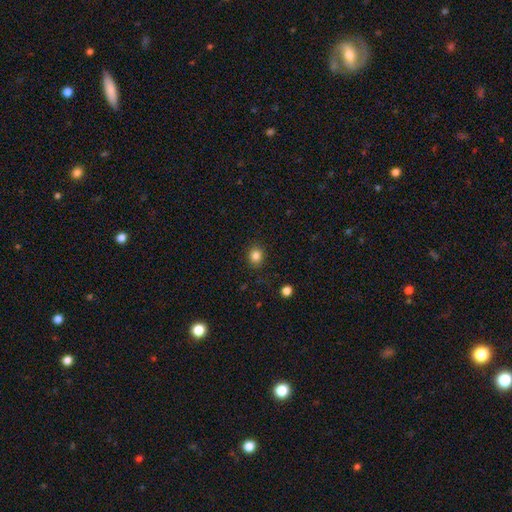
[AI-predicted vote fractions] smooth-or-featured: smooth: 84% | star or artifact: 11% | featured or disk: 4%
  how-rounded: round: 77% | in between: 23% | cigar-shaped: 1%
  merging: none: 89% | minor disturbance: 8% | major disturbance: 3% | merger: 1%